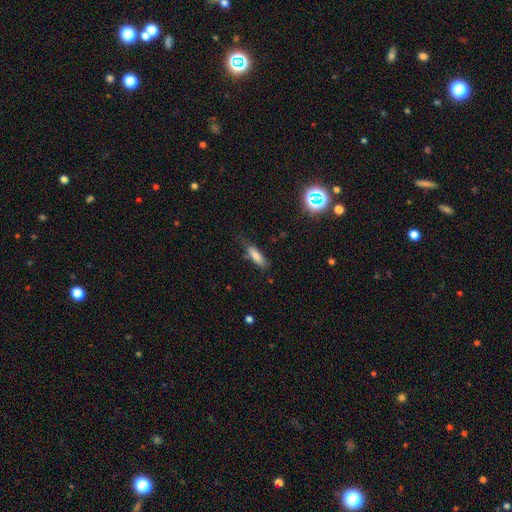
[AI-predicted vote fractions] This appears to be a smooth galaxy with no disk features (80%) that is cigar-shaped (56%). Merging: none (68%).